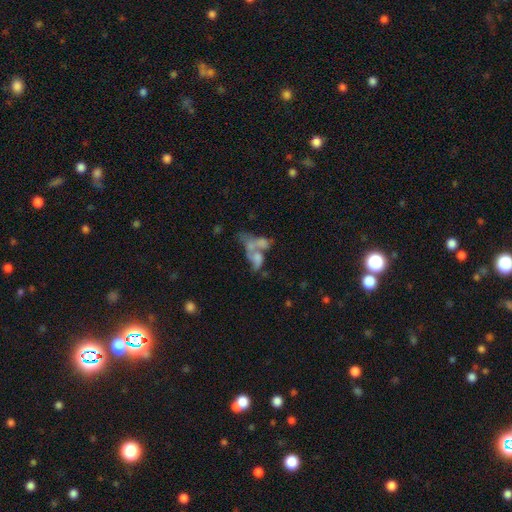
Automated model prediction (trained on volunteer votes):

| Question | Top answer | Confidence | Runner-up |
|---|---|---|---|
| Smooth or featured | smooth | 47% | featured or disk (38%) |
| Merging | merger | 66% | major disturbance (15%) |